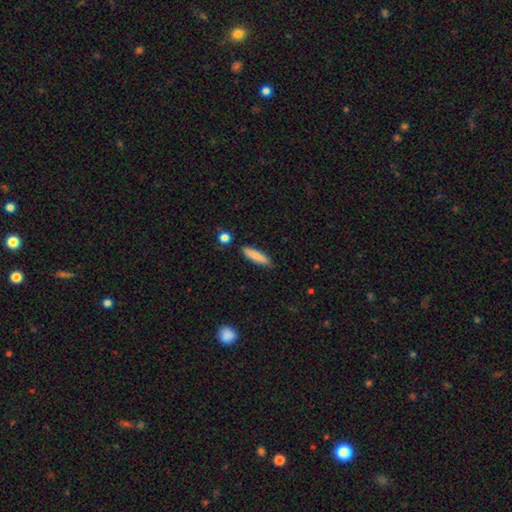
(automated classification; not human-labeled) The model was most divided on "how rounded": cigar-shaped: 72%, in between: 26%, round: 2%. More confident: merging — none (86%); smooth or featured — smooth (85%).